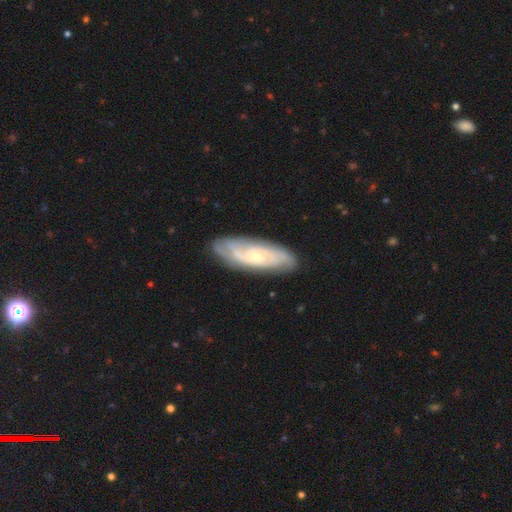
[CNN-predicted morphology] Smooth or featured: featured or disk — 74% (smooth — 21%)
Edge-on disk: no — 86% (yes — 14%)
Bar: no — 66% (weak — 29%)
Spiral arms: yes — 92% (no — 8%)
Spiral winding: tight — 54% (medium — 35%)
Spiral arm count: can't tell — 39% (2 — 37%)
Bulge size: small — 63% (moderate — 31%)
Merging: none — 81% (minor disturbance — 15%)